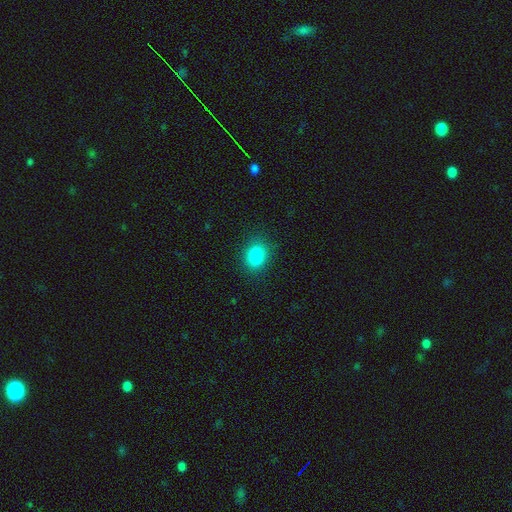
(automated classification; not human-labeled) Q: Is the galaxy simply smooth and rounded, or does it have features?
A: smooth — 84%.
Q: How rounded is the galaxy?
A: in between — 54%.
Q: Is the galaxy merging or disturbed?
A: none — 87%.